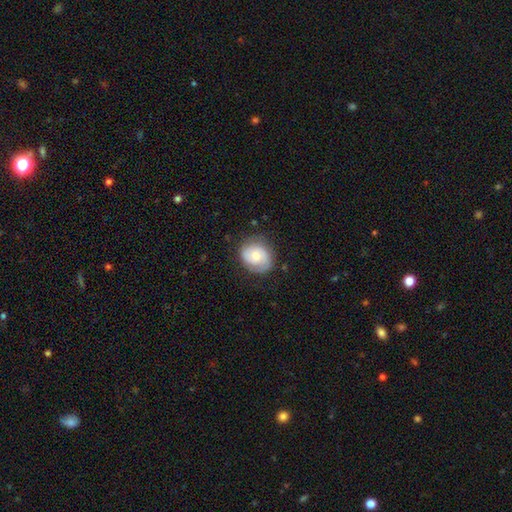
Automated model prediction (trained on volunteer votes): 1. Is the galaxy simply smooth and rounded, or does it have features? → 50% featured or disk, 44% smooth, 7% star or artifact.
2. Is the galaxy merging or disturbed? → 75% none, 18% minor disturbance, 6% major disturbance, 1% merger.